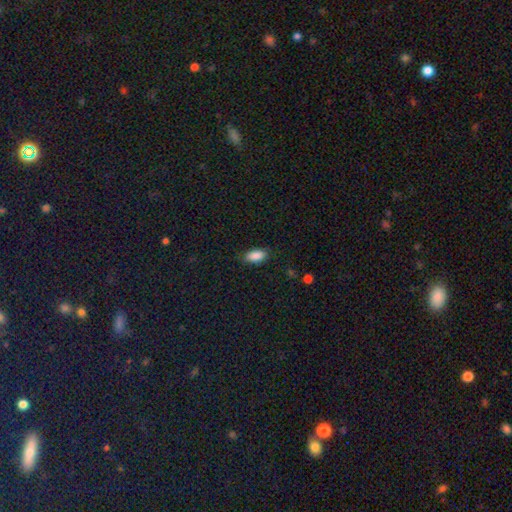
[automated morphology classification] type=smooth (87%); roundness=in between (91%); merging=none (81%).